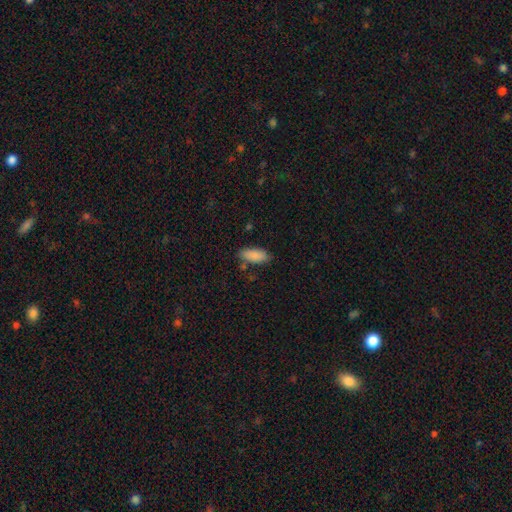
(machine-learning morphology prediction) Overall: smooth (88%). How rounded: in between (83%). Merging: none (77%).